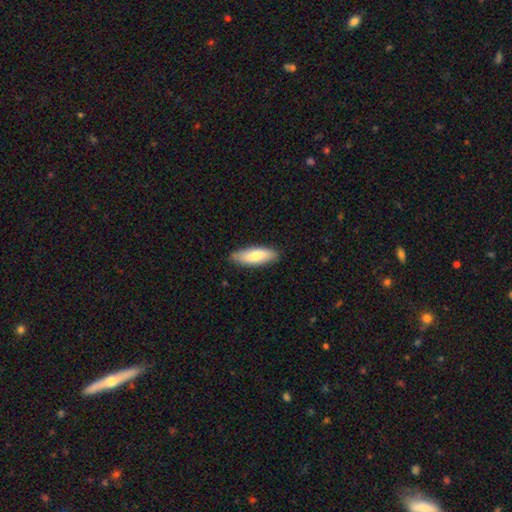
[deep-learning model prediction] Overall: smooth (77%). How rounded: in between (57%; cigar-shaped 41%). Merging: none (85%).